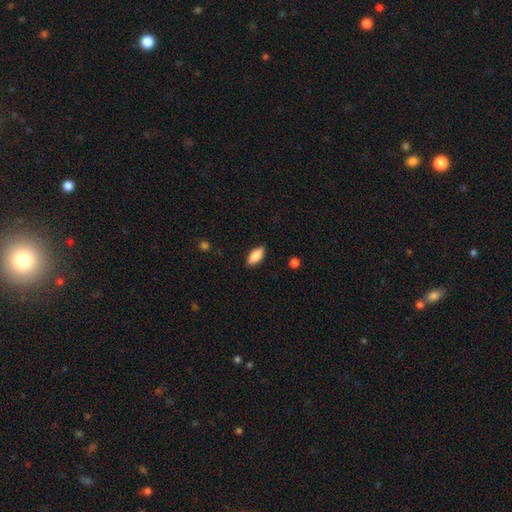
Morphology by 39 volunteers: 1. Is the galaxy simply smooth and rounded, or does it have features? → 90% smooth, 10% star or artifact, 0% featured or disk.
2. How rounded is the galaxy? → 86% in between, 14% round, 0% cigar-shaped.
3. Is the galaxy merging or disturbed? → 91% none, 6% major disturbance, 3% minor disturbance, 0% merger.